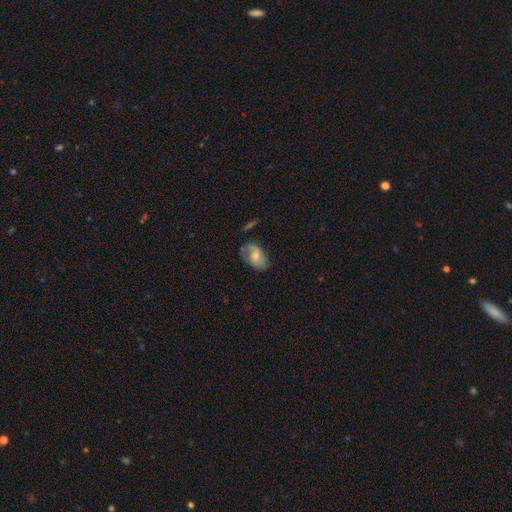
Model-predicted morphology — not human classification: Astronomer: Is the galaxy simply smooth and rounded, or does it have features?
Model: featured or disk — 50% (runner-up: smooth, 42%).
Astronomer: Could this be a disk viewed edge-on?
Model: no — 95%.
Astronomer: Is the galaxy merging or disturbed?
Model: none — 60%.